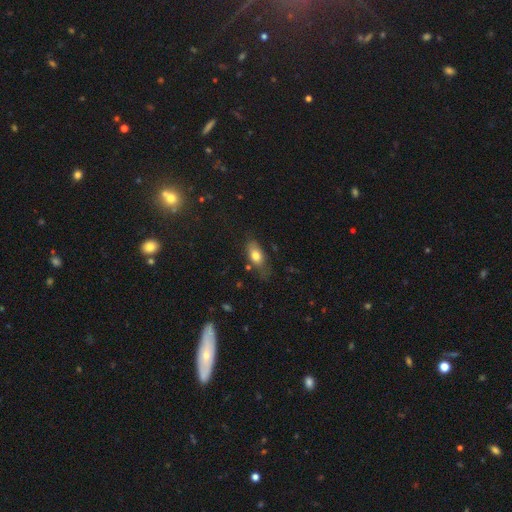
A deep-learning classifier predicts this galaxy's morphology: smooth_or_featured: smooth (p=0.75) [alt: featured or disk p=0.17]
how_rounded: in between (p=0.84) [alt: cigar-shaped p=0.09]
merging: none (p=0.61) [alt: minor disturbance p=0.28]